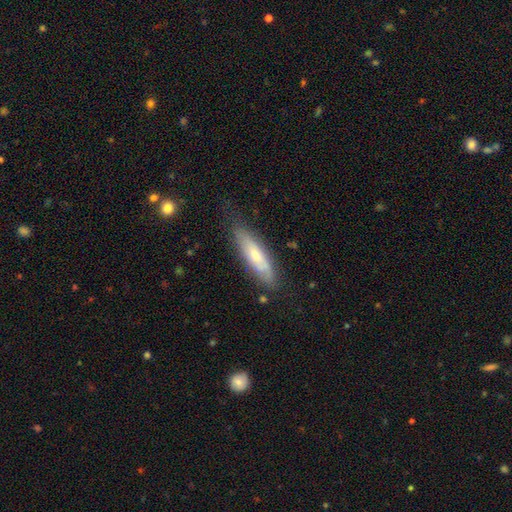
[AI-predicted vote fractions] This appears to be a smooth galaxy with no disk features (52%) that is cigar-shaped (65%). Merging: none (72%).